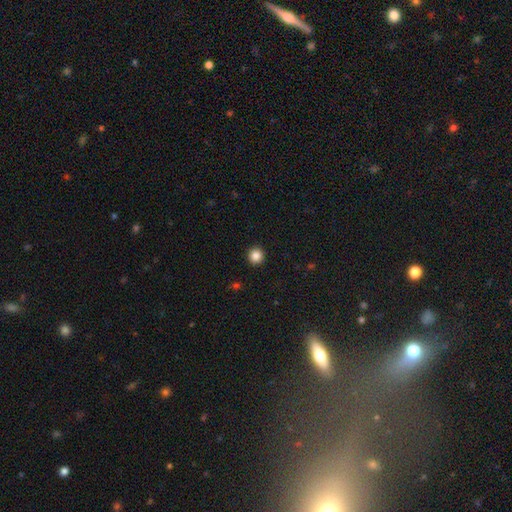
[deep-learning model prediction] This is clearly a smooth galaxy (85%). How rounded: clearly round (94%). Merging: clearly none (93%).